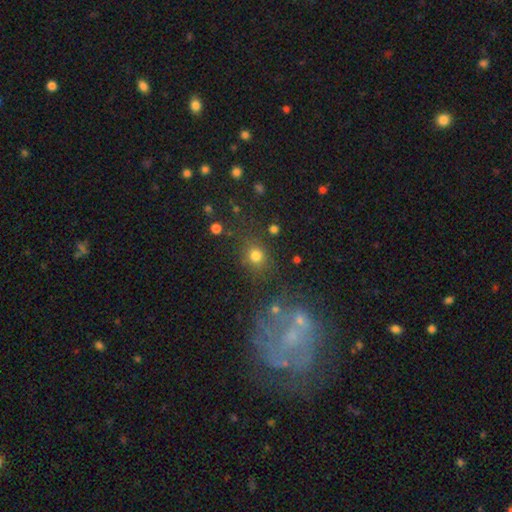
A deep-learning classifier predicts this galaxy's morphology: Smooth or featured?
  - smooth: 76% *
  - star or artifact: 17%
  - featured or disk: 7%
How rounded?
  - round: 85% *
  - in between: 13%
  - cigar-shaped: 1%
Merging?
  - none: 74% *
  - minor disturbance: 11%
  - merger: 9%
  - major disturbance: 6%